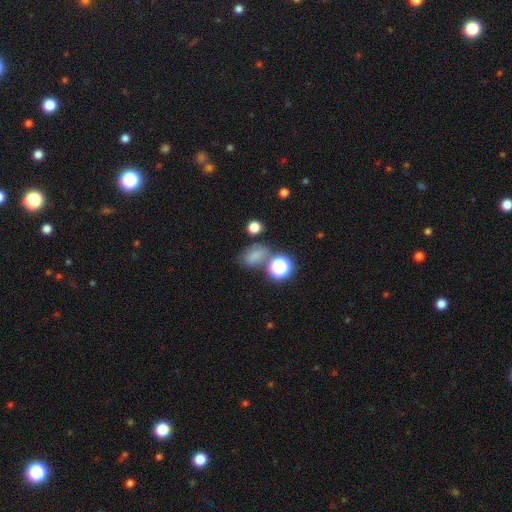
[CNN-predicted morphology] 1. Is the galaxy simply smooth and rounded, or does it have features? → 67% smooth, 22% star or artifact, 11% featured or disk.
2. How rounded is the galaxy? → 65% in between, 33% round, 2% cigar-shaped.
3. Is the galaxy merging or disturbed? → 57% none, 19% minor disturbance, 15% merger, 10% major disturbance.